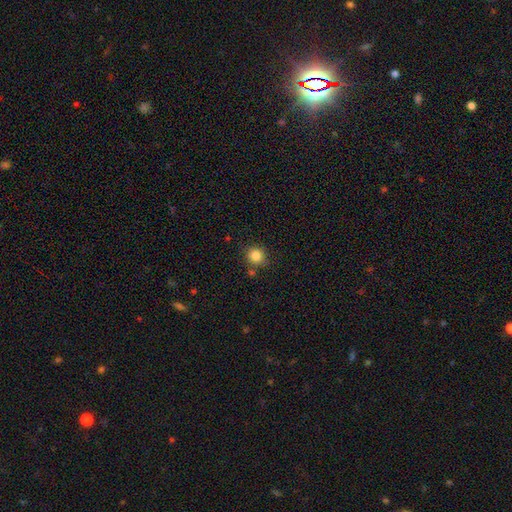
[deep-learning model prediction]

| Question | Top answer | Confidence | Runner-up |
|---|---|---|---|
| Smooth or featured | smooth | 84% | star or artifact (11%) |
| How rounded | round | 88% | in between (11%) |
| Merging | none | 79% | minor disturbance (11%) |